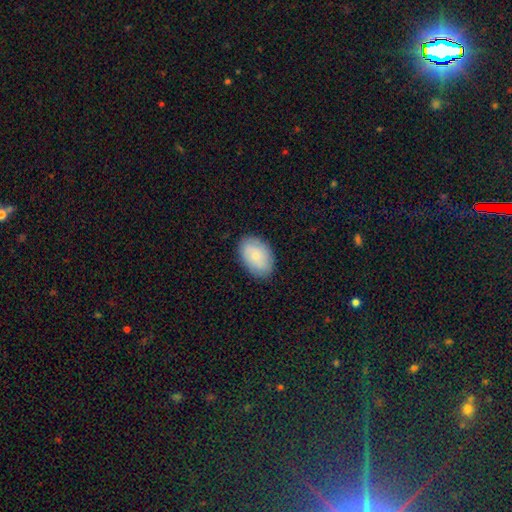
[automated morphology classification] This is likely a smooth galaxy (73%). How rounded: clearly in between (87%). Merging: clearly none (85%).